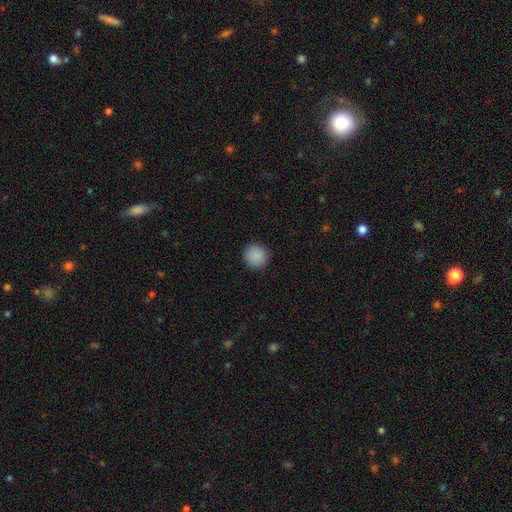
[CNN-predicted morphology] smooth 89%, star or artifact 8%, featured or disk 3%. Down the decision tree: how rounded — round (93%); merging — none (91%).